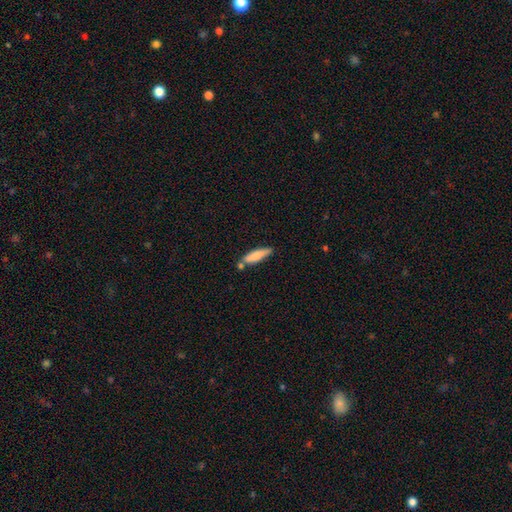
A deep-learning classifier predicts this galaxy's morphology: Smooth or featured? Predicted: smooth (p=0.78). How rounded? Predicted: cigar-shaped (p=0.69). Merging? Predicted: none (p=0.65).